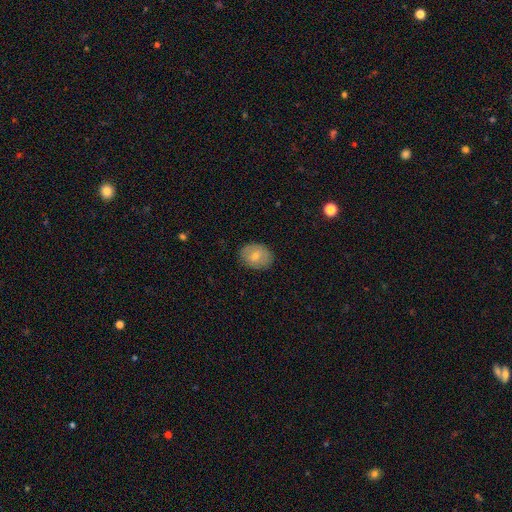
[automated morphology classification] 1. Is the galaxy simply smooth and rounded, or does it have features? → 70% smooth, 23% featured or disk, 8% star or artifact.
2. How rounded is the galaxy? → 59% in between, 40% round, 1% cigar-shaped.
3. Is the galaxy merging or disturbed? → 83% none, 13% minor disturbance, 3% major disturbance, 1% merger.